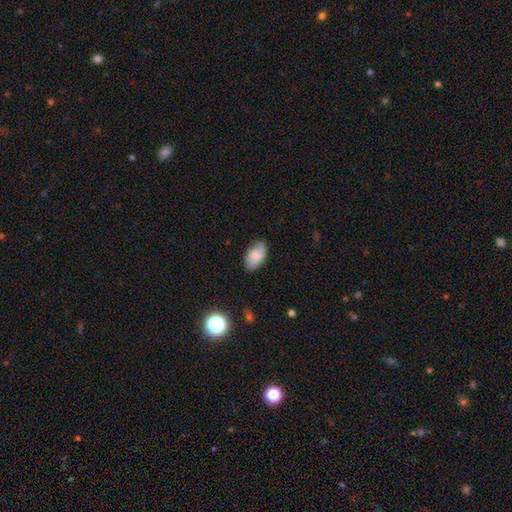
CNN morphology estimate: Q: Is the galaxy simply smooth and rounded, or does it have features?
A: smooth — 73%.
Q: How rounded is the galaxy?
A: in between — 94%.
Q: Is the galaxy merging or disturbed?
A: none — 77%.